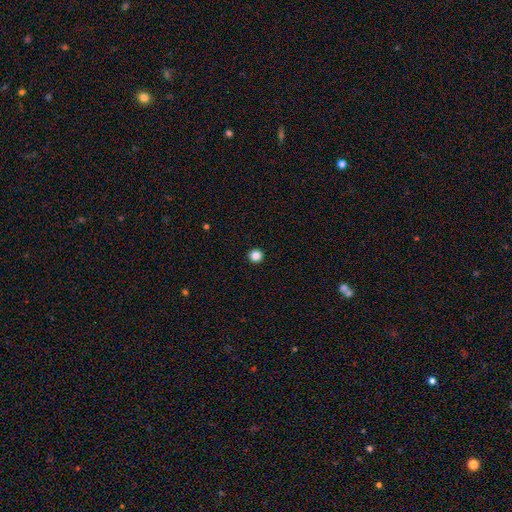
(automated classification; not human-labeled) smooth-or-featured: smooth: 85% | star or artifact: 12% | featured or disk: 3%
  how-rounded: round: 96% | in between: 3% | cigar-shaped: 1%
  merging: none: 94% | minor disturbance: 4% | major disturbance: 1% | merger: 1%